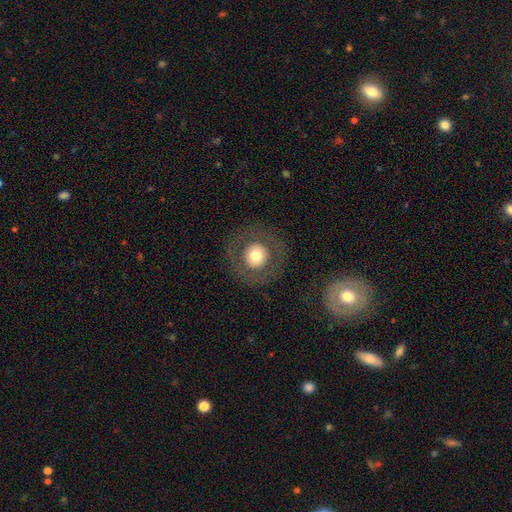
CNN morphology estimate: Overall: smooth (61%; featured or disk 30%). How rounded: round (95%). Merging: none (86%).